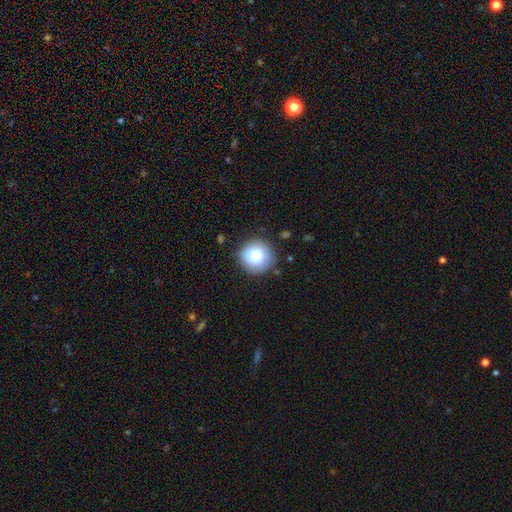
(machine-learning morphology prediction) Smooth or featured: smooth — 80% (featured or disk — 11%)
How rounded: round — 94% (in between — 5%)
Merging: none — 84% (minor disturbance — 11%)